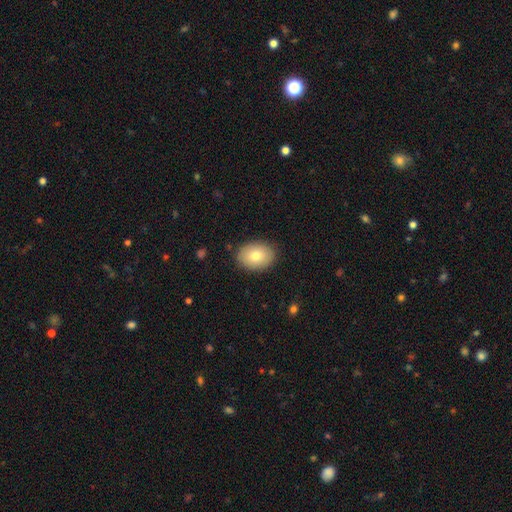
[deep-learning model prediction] This appears to be a smooth galaxy with no disk features (77%) that is in between round and cigar-shaped (76%). Merging: none (87%).